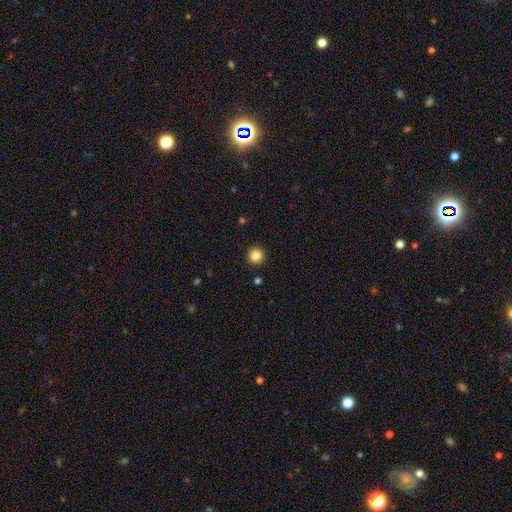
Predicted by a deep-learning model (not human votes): This appears to be a smooth galaxy with no disk features (85%) that is round (94%). Merging: none (92%).